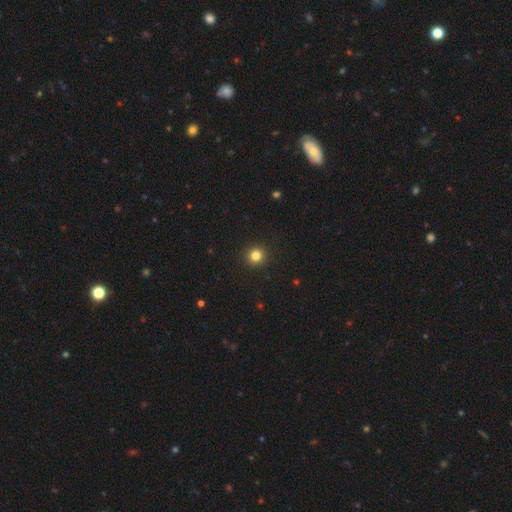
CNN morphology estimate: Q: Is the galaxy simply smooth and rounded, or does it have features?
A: smooth — 82%.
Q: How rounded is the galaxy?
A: round — 94%.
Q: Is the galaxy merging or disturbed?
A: none — 93%.